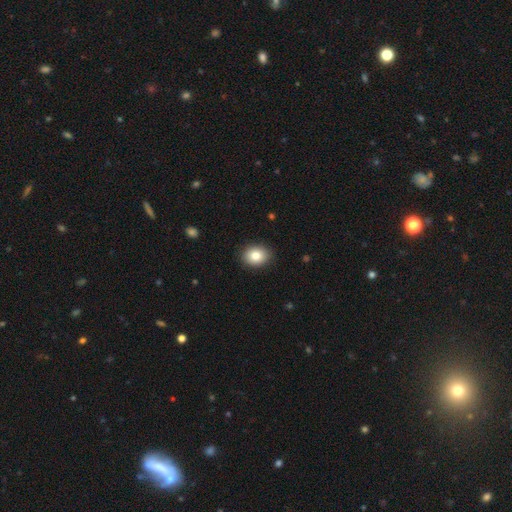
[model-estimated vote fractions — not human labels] Smooth or featured: smooth — 83% (star or artifact — 9%)
How rounded: round — 50% (in between — 49%)
Merging: none — 89% (minor disturbance — 8%)